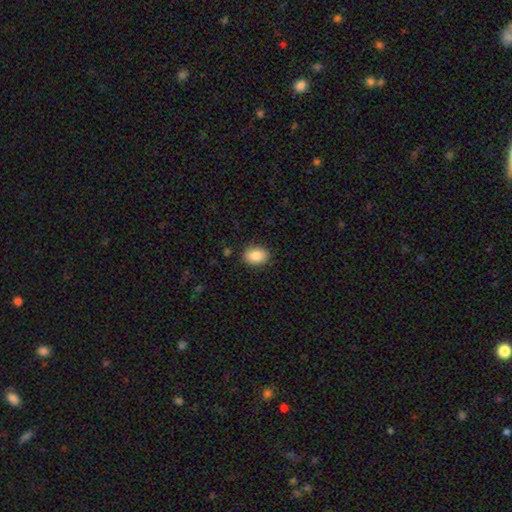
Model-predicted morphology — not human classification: The model was most divided on "how rounded": in between: 71%, round: 27%, cigar-shaped: 1%. More confident: merging — none (87%); smooth or featured — smooth (86%).